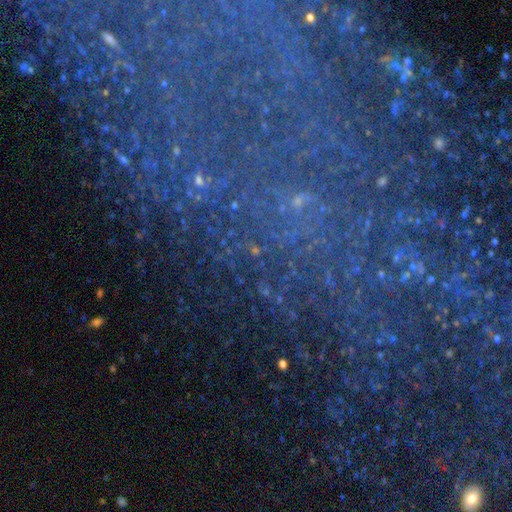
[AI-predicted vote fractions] Smooth or featured? star or artifact (74%)